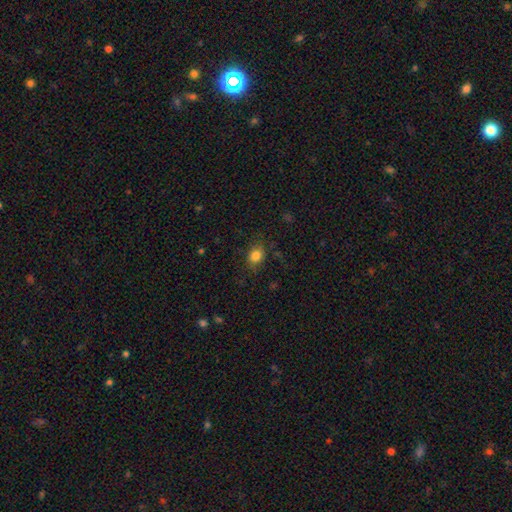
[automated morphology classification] A smooth galaxy with no disk features (83%) that is in between round and cigar-shaped (51%).

Vote fractions:
- Smooth or featured? smooth: 83% / star or artifact: 11% / featured or disk: 7%
- How rounded? in between: 51% / round: 48% / cigar-shaped: 1%
- Merging? none: 77% / minor disturbance: 16% / major disturbance: 5% / merger: 1%